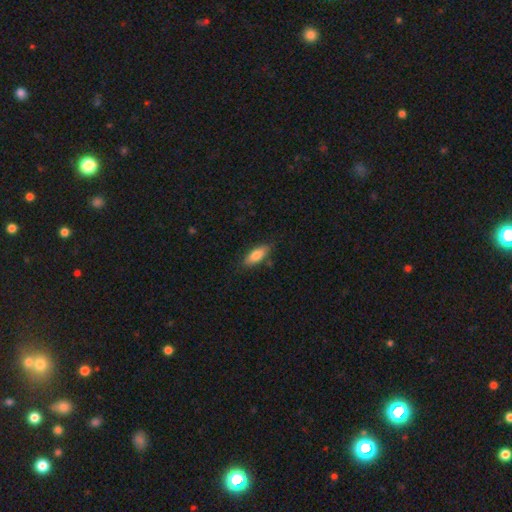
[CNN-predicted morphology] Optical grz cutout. It shows a smooth galaxy with no disk features (79%) that is in between round and cigar-shaped (73%). Merging: none (79%).